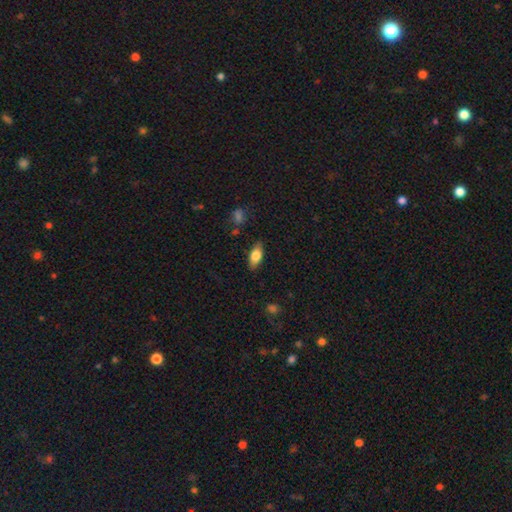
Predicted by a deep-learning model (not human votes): smooth_or_featured: smooth (p=0.72) [alt: featured or disk p=0.21]
how_rounded: in between (p=0.83) [alt: cigar-shaped p=0.14]
merging: none (p=0.84) [alt: minor disturbance p=0.12]